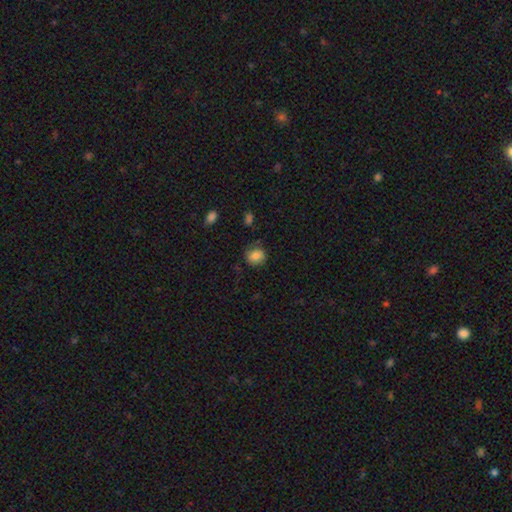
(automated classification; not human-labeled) Smooth or featured? smooth (82%)
How rounded? round (73%)
Merging? none (75%)